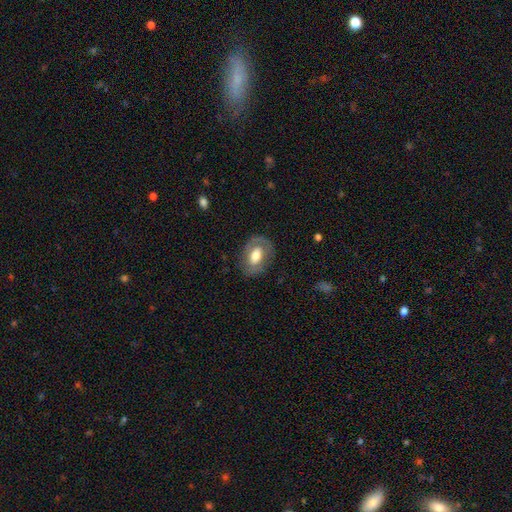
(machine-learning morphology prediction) Smooth or featured? Predicted: smooth (p=0.49). Merging? Predicted: none (p=0.76).